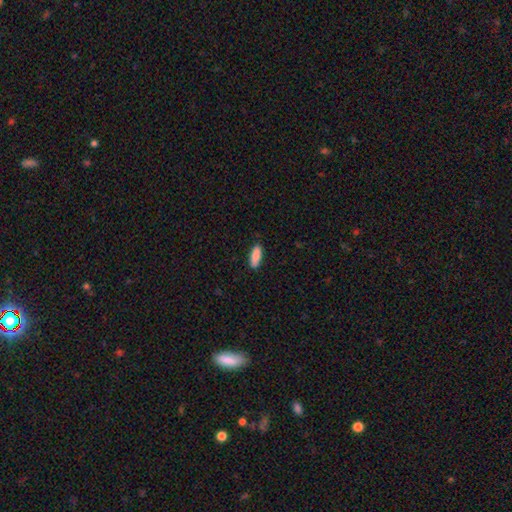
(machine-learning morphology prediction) A smooth galaxy with no disk features (88%) that is in between round and cigar-shaped (61%).

Vote fractions:
- Smooth or featured? smooth: 88% / star or artifact: 6% / featured or disk: 6%
- How rounded? in between: 61% / cigar-shaped: 37% / round: 2%
- Merging? none: 87% / minor disturbance: 10% / major disturbance: 2% / merger: 1%